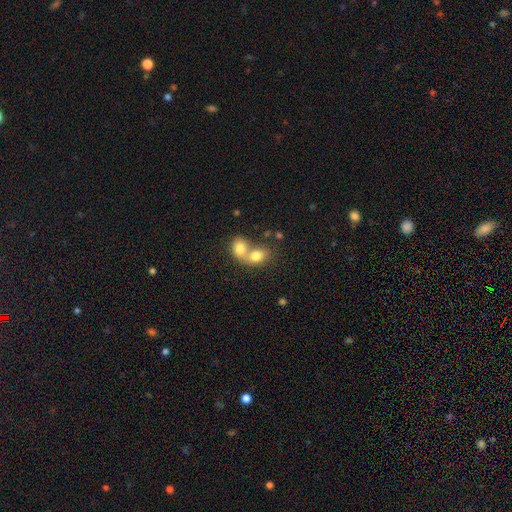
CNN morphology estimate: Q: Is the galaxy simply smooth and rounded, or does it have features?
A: smooth — 75%.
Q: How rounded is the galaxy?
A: in between — 53%.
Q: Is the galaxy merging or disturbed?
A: merger — 72%.